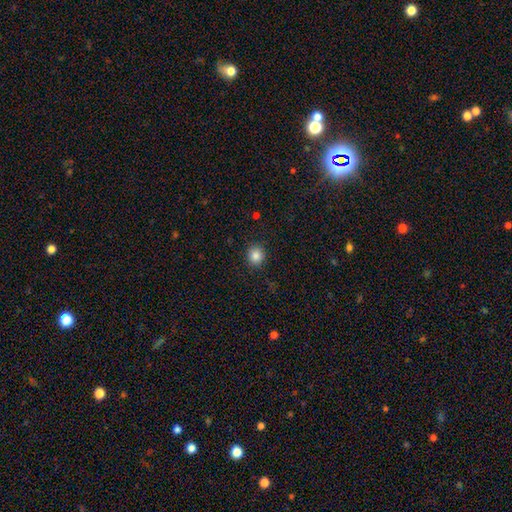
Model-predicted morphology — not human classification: type=smooth (86%); roundness=round (88%); merging=none (90%).